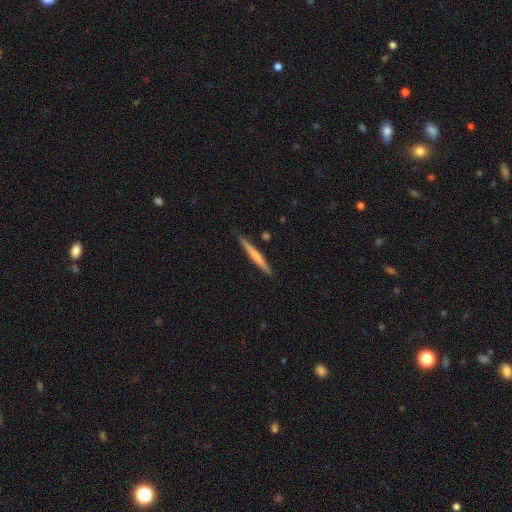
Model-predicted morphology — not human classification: Smooth or featured: smooth — 52% (featured or disk — 43%)
How rounded: cigar-shaped — 96% (in between — 2%)
Merging: none — 89% (minor disturbance — 8%)